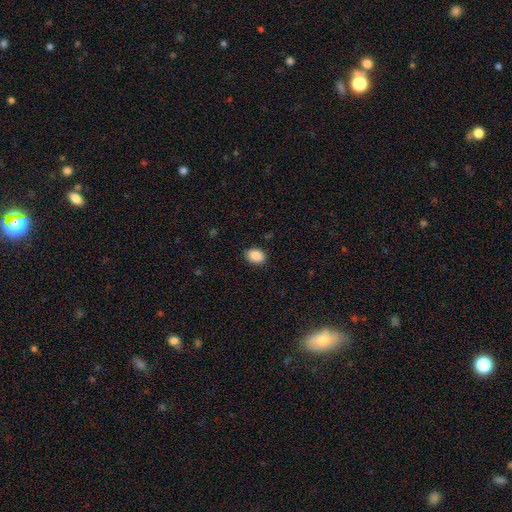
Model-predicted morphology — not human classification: Q: Smooth or featured?
A: smooth (89%); runner-up: star or artifact (8%)
Q: How rounded?
A: in between (72%); runner-up: round (27%)
Q: Merging?
A: none (87%); runner-up: minor disturbance (10%)